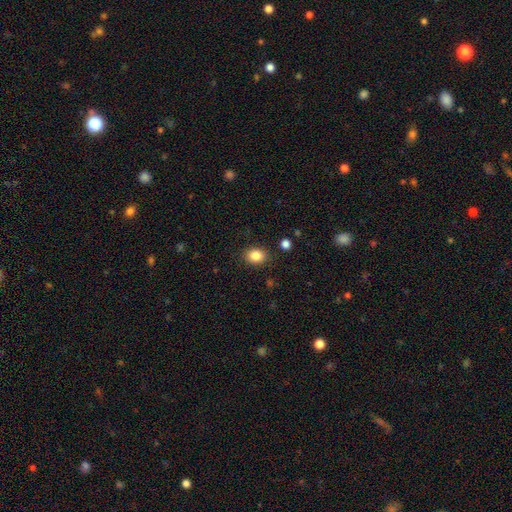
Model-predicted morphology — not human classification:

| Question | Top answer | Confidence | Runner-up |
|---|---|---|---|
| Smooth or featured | smooth | 85% | star or artifact (10%) |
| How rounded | in between | 54% | round (45%) |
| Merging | none | 87% | minor disturbance (9%) |